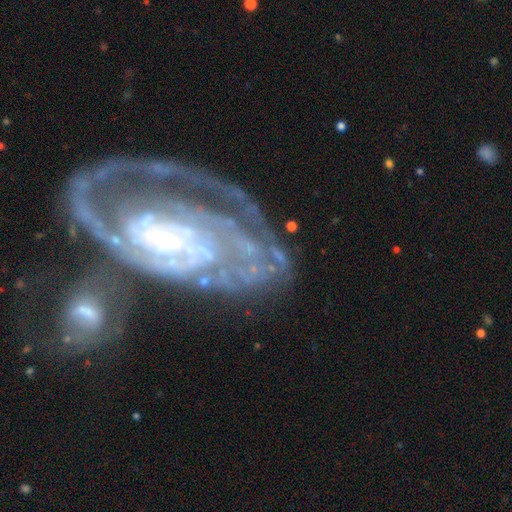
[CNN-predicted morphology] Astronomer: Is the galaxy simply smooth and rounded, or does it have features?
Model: featured or disk — 88%.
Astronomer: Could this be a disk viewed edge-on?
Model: no — 96%.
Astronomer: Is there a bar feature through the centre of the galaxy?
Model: no — 60%.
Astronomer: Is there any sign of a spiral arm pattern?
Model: yes — 93%.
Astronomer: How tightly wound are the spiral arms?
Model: tight — 65%.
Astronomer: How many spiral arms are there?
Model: can't tell — 34% (runner-up: 2, 27%).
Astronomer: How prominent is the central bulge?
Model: small — 73%.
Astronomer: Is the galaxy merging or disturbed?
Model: none — 39% (runner-up: merger, 22%).